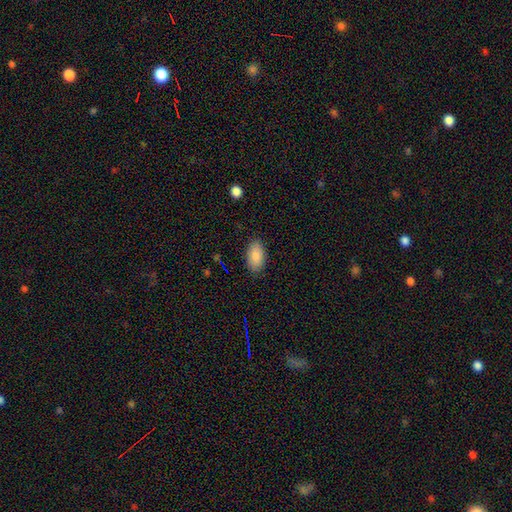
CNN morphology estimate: This appears to be a smooth galaxy with no disk features (88%) that is in between round and cigar-shaped (94%). Merging: none (87%).